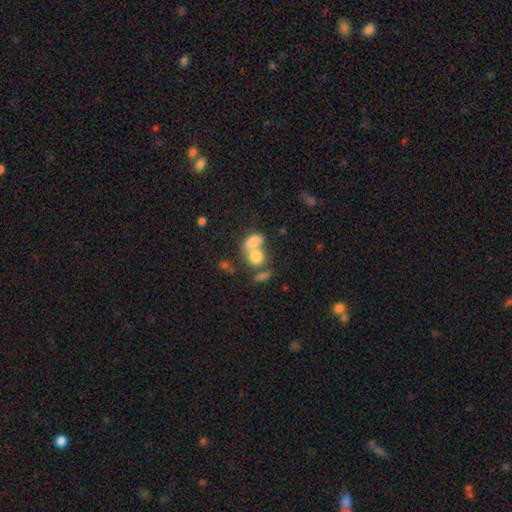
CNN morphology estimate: Smooth or featured? smooth (76%)
How rounded? in between (53%)
Merging? merger (57%)